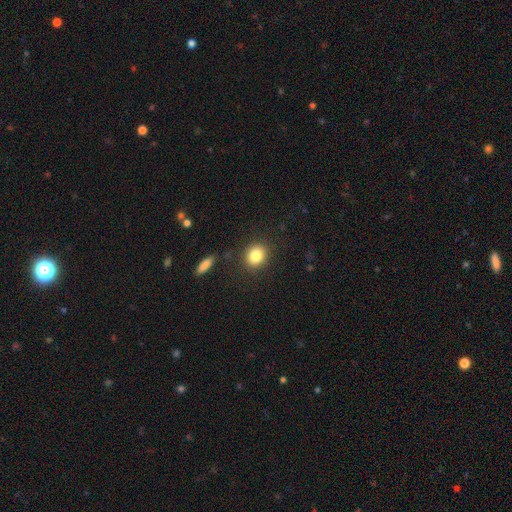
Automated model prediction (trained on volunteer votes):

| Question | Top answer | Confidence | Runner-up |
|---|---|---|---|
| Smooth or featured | smooth | 83% | star or artifact (9%) |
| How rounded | round | 64% | in between (35%) |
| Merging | none | 85% | minor disturbance (9%) |